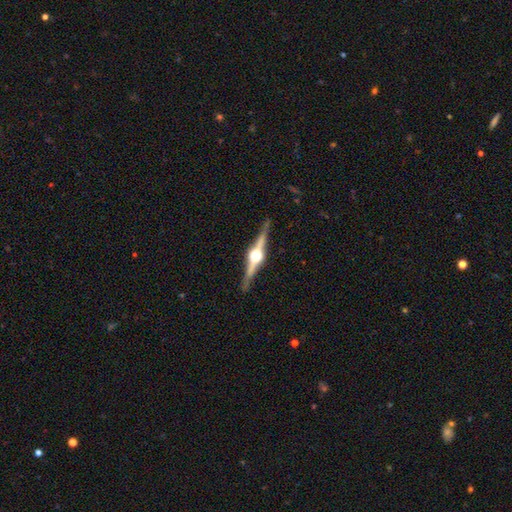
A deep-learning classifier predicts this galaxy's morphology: smooth-or-featured: featured or disk: 89% | smooth: 7% | star or artifact: 5%
  disk-edge-on: yes: 98% | no: 2%
    edge-on-bulge: rounded: 96% | boxy: 3% | none: 1%
  merging: none: 90% | minor disturbance: 7% | major disturbance: 1% | merger: 1%